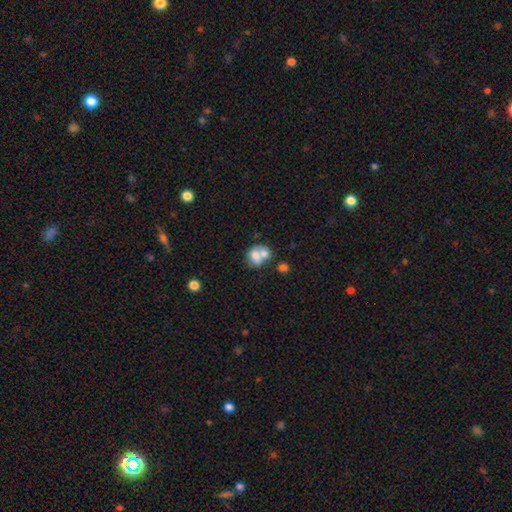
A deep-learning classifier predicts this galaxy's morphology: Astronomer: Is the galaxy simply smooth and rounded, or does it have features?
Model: smooth — 70%.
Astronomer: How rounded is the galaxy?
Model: round — 51% (runner-up: in between, 48%).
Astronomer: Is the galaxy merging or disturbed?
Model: merger — 61%.